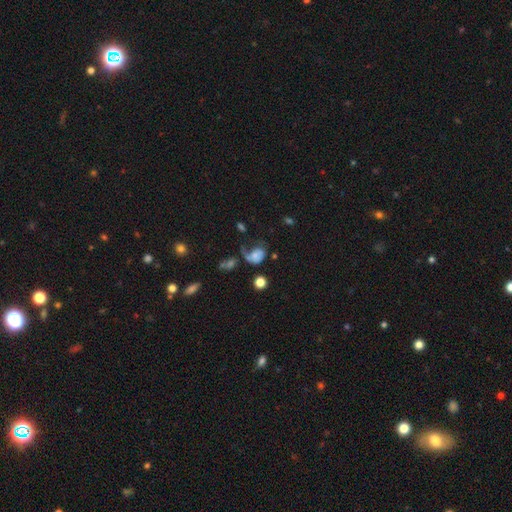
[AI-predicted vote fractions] Q: Smooth or featured?
A: smooth (53%); runner-up: featured or disk (34%)
Q: How rounded?
A: in between (61%); runner-up: round (37%)
Q: Merging?
A: major disturbance (40%); runner-up: none (27%)